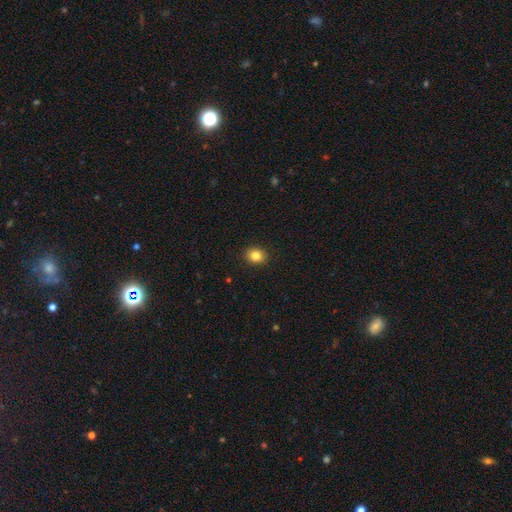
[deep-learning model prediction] Q: Smooth or featured?
A: smooth (84%); runner-up: star or artifact (10%)
Q: How rounded?
A: round (65%); runner-up: in between (34%)
Q: Merging?
A: none (91%); runner-up: minor disturbance (6%)